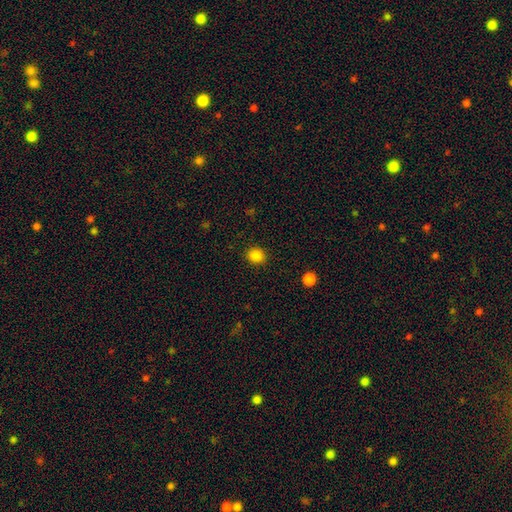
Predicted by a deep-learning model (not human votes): Overall: smooth (86%). How rounded: round (79%). Merging: none (90%).